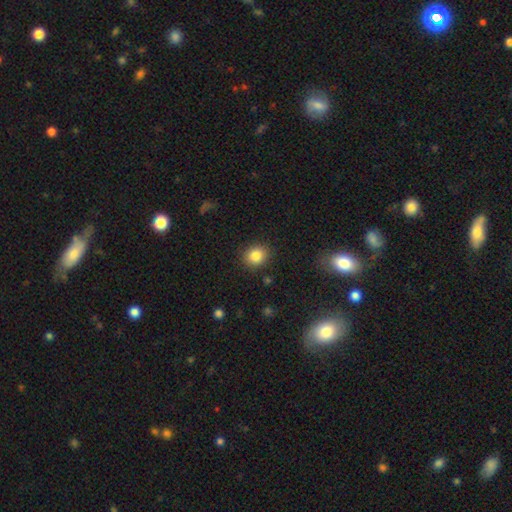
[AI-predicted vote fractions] This is clearly a smooth galaxy (85%). How rounded: likely round (76%). Merging: clearly none (88%).